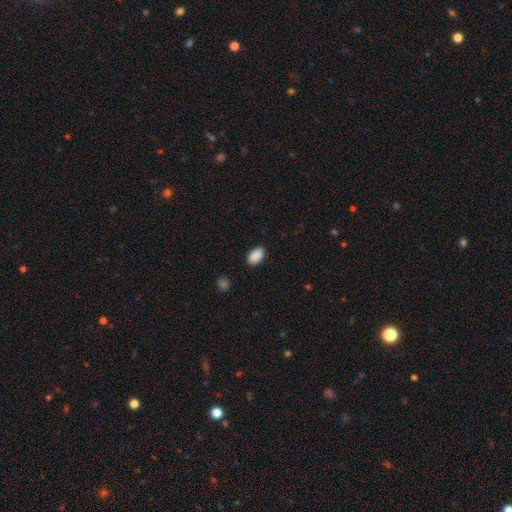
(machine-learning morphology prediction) type=smooth (90%); roundness=in between (92%); merging=none (87%).